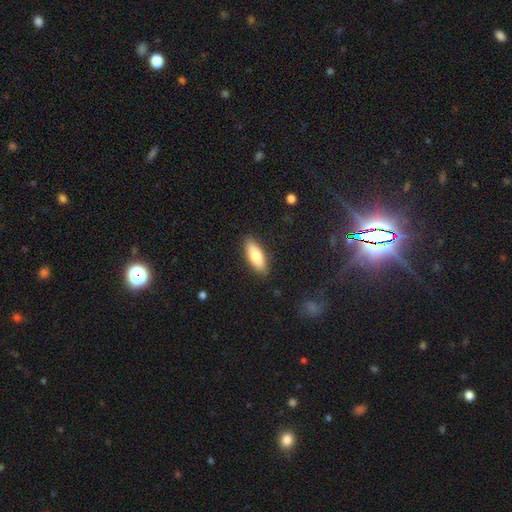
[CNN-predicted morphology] A smooth galaxy with no disk features (79%) that is in between round and cigar-shaped (66%).

Vote fractions:
- Smooth or featured? smooth: 79% / featured or disk: 15% / star or artifact: 6%
- How rounded? in between: 66% / cigar-shaped: 31% / round: 2%
- Merging? none: 88% / minor disturbance: 9% / major disturbance: 2% / merger: 1%